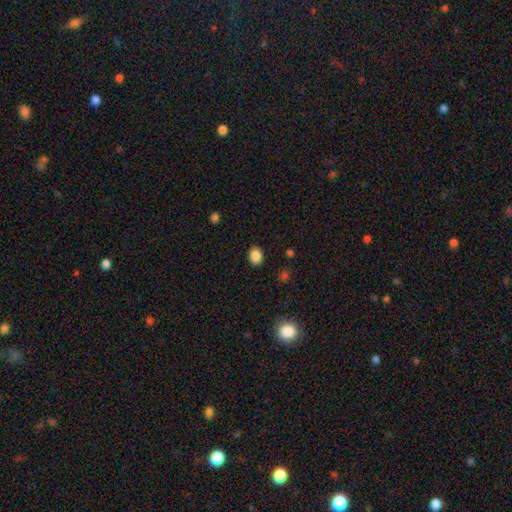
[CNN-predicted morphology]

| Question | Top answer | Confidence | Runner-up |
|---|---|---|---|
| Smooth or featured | smooth | 86% | star or artifact (10%) |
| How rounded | in between | 62% | round (37%) |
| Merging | none | 88% | minor disturbance (8%) |